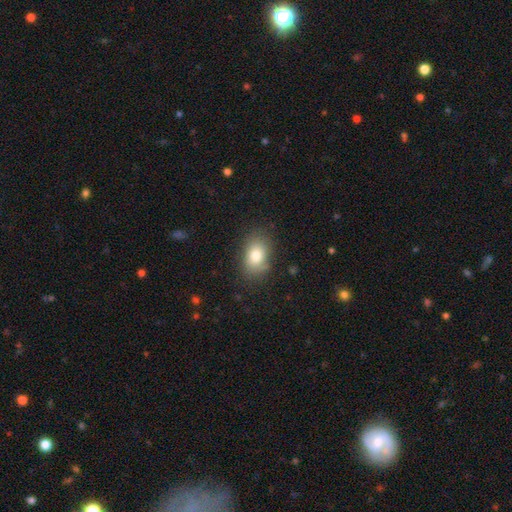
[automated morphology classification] This appears to be a smooth galaxy with no disk features (80%) that is in between round and cigar-shaped (81%). Merging: none (78%).